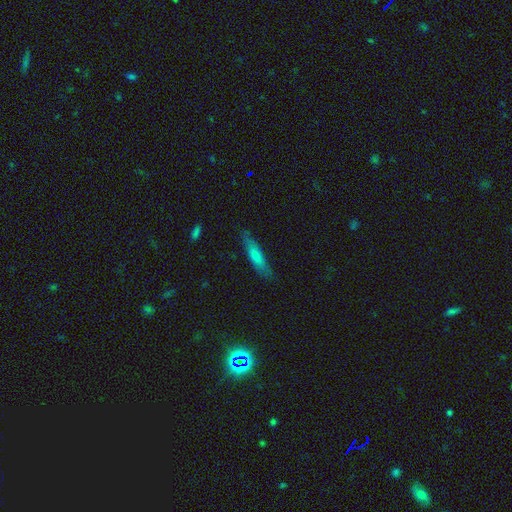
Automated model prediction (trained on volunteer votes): Overall: smooth (62%; featured or disk 31%). How rounded: cigar-shaped (85%). Merging: none (84%).